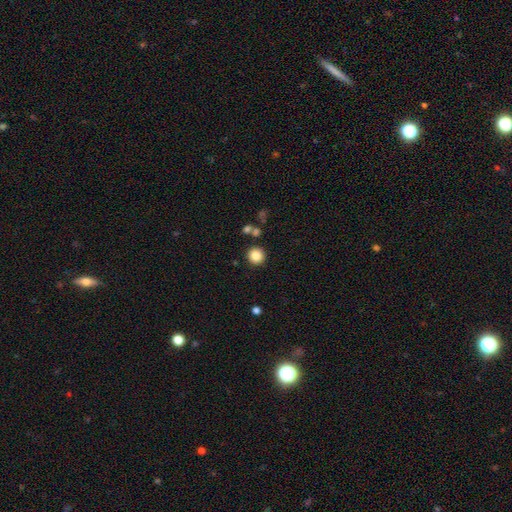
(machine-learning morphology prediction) Q: Smooth or featured?
A: smooth (85%); runner-up: star or artifact (10%)
Q: How rounded?
A: round (94%); runner-up: in between (5%)
Q: Merging?
A: none (87%); runner-up: minor disturbance (6%)